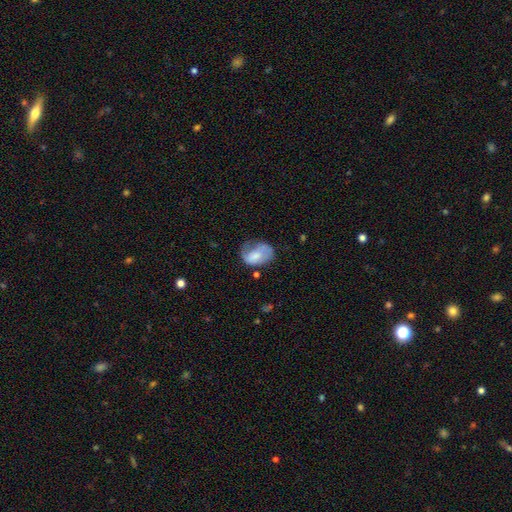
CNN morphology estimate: Smooth or featured?
  - smooth: 61% *
  - featured or disk: 31%
  - star or artifact: 8%
How rounded?
  - in between: 75% *
  - round: 24%
  - cigar-shaped: 1%
Merging?
  - none: 35% *
  - minor disturbance: 34%
  - major disturbance: 27%
  - merger: 4%